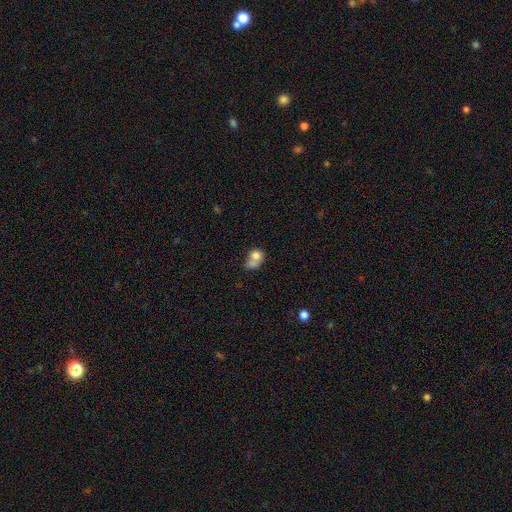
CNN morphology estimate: Smooth or featured: smooth — 73% (featured or disk — 17%)
How rounded: round — 61% (in between — 38%)
Merging: merger — 63% (none — 22%)